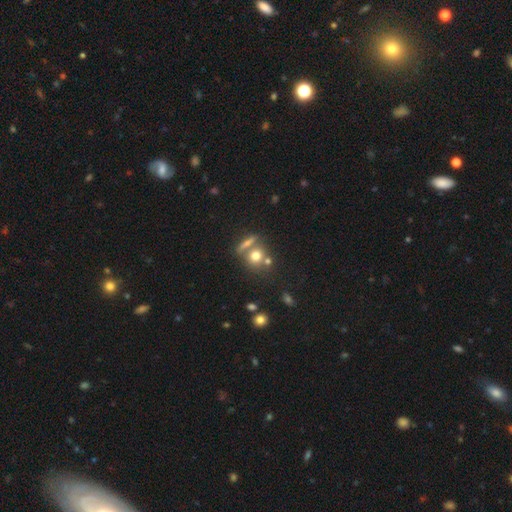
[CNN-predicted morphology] Smooth or featured? smooth (69%)
How rounded? round (80%)
Merging? none (55%)